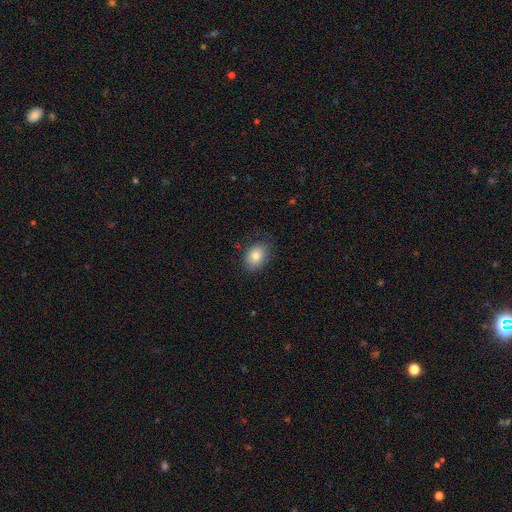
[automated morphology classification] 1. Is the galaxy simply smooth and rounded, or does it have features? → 81% smooth, 11% featured or disk, 9% star or artifact.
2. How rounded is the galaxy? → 72% in between, 27% round, 1% cigar-shaped.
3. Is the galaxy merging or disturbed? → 76% none, 18% minor disturbance, 5% major disturbance, 1% merger.